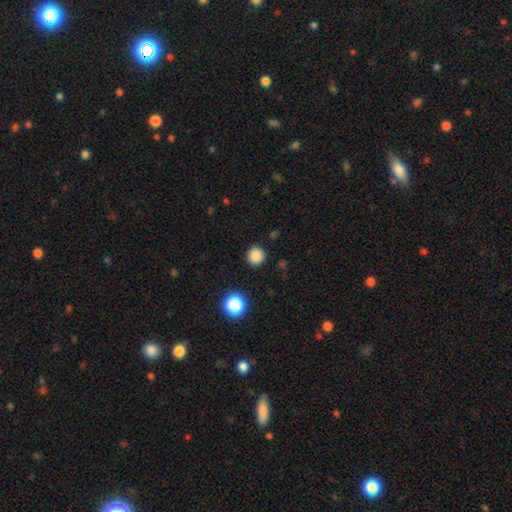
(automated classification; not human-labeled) Smooth or featured: smooth — 85% (star or artifact — 12%)
How rounded: round — 91% (in between — 8%)
Merging: none — 90% (minor disturbance — 7%)